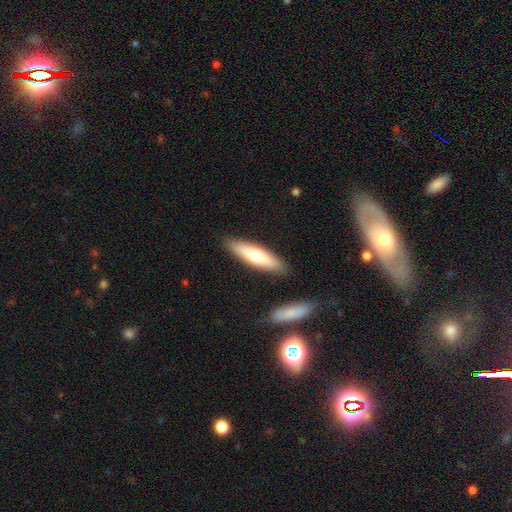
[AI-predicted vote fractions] smooth-or-featured: smooth: 65% | featured or disk: 29% | star or artifact: 5%
  how-rounded: cigar-shaped: 65% | in between: 33% | round: 2%
  merging: none: 85% | minor disturbance: 9% | merger: 3% | major disturbance: 2%